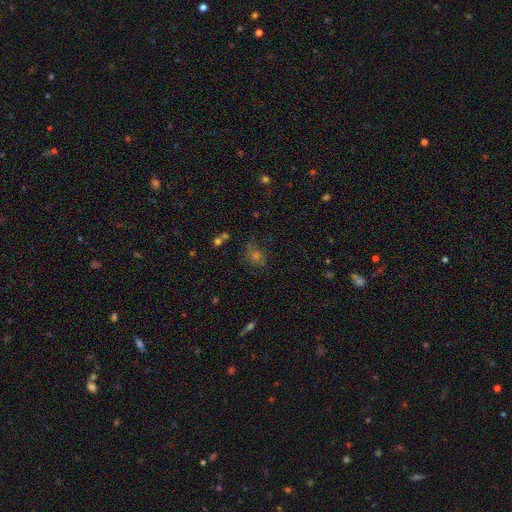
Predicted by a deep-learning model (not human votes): A smooth galaxy with no disk features (42%).

Vote fractions:
- Smooth or featured? smooth: 42% / star or artifact: 37% / featured or disk: 20%
- Merging? none: 74% / minor disturbance: 16% / major disturbance: 7% / merger: 3%